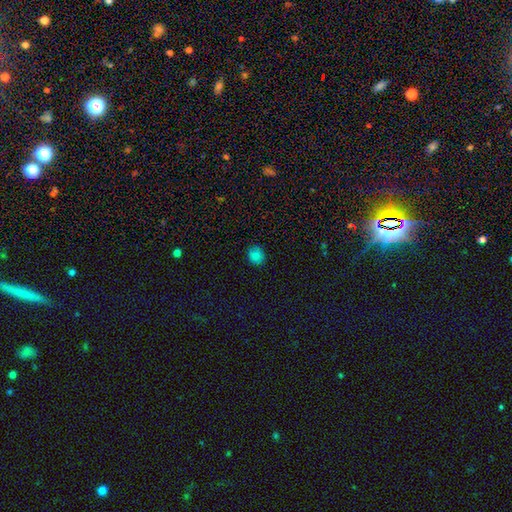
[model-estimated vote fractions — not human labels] Morphology: type=smooth (81%); roundness=round (69%); merging=none (87%).